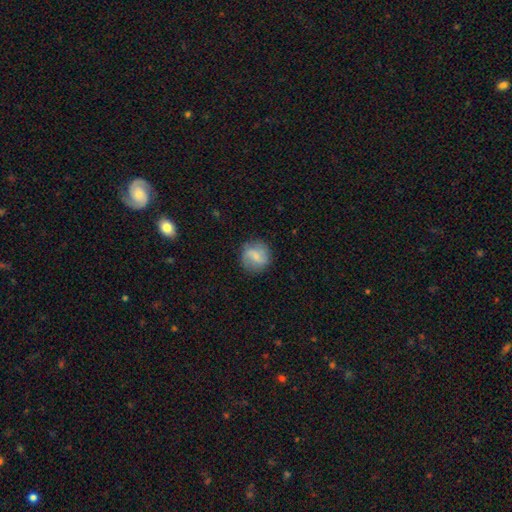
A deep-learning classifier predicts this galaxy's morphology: A smooth galaxy with no disk features (60%) that is round (87%). Merging: none (79%).